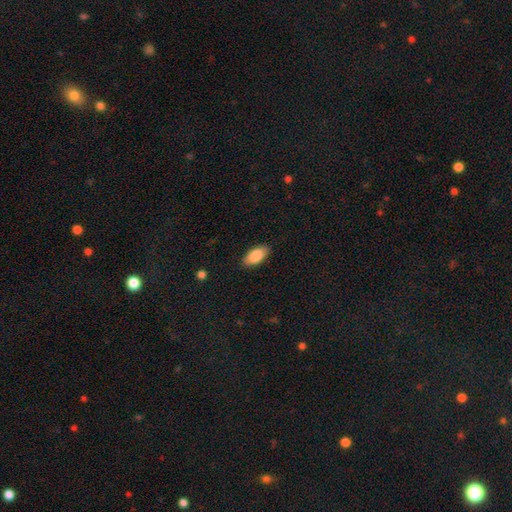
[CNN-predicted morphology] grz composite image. It shows a smooth galaxy with no disk features (88%) that is in between round and cigar-shaped (92%). Merging: none (86%).